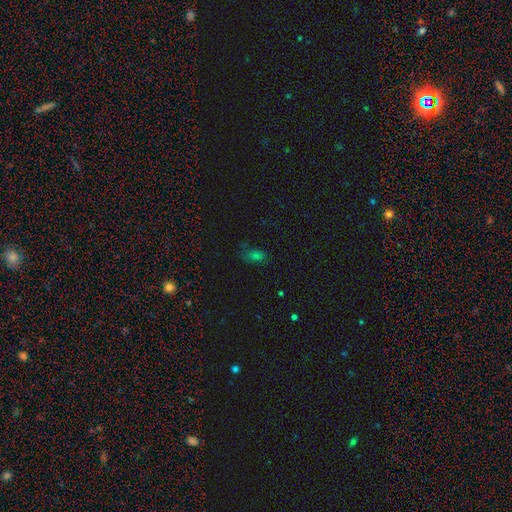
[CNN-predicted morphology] Smooth or featured? Predicted: smooth (p=0.57). How rounded? Predicted: in between (p=0.80). Merging? Predicted: none (p=0.61).